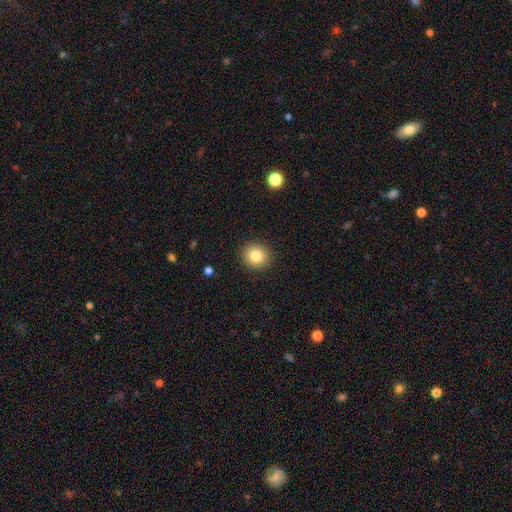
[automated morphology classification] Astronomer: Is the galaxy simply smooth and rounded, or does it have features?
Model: smooth — 83%.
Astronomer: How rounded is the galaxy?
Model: round — 87%.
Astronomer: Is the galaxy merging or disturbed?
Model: none — 91%.